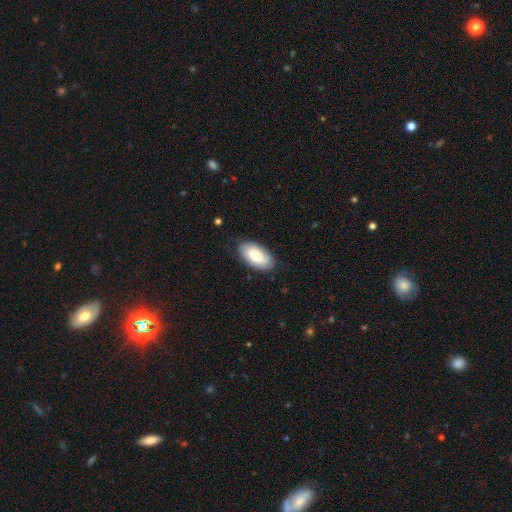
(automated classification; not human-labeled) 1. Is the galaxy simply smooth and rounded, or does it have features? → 78% smooth, 16% featured or disk, 6% star or artifact.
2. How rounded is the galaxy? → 94% in between, 3% cigar-shaped, 3% round.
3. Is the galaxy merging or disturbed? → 83% none, 14% minor disturbance, 3% major disturbance, 1% merger.